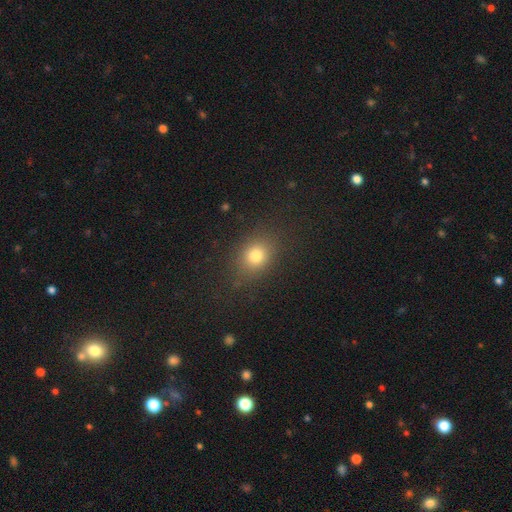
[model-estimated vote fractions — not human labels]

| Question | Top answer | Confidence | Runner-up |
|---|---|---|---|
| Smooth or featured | smooth | 77% | star or artifact (15%) |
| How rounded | round | 53% | in between (46%) |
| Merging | none | 83% | minor disturbance (11%) |